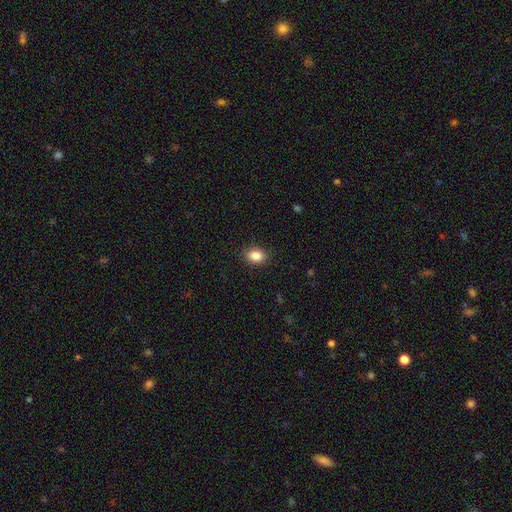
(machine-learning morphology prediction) The model was most divided on "how rounded": in between: 62%, round: 37%, cigar-shaped: 1%. More confident: merging — none (88%); smooth or featured — smooth (87%).